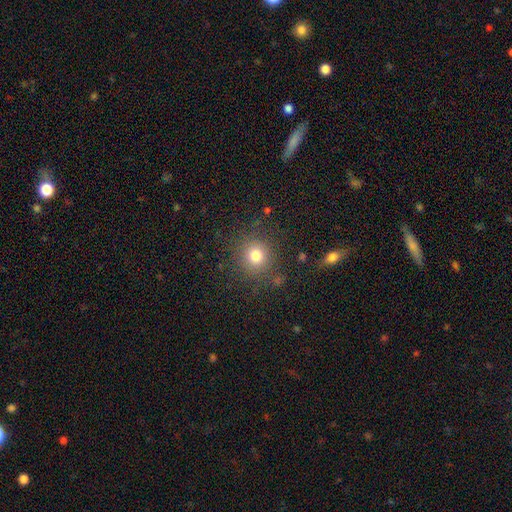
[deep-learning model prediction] The model was most divided on "smooth or featured": smooth: 78%, star or artifact: 15%, featured or disk: 8%. More confident: how rounded — round (91%); merging — none (86%).